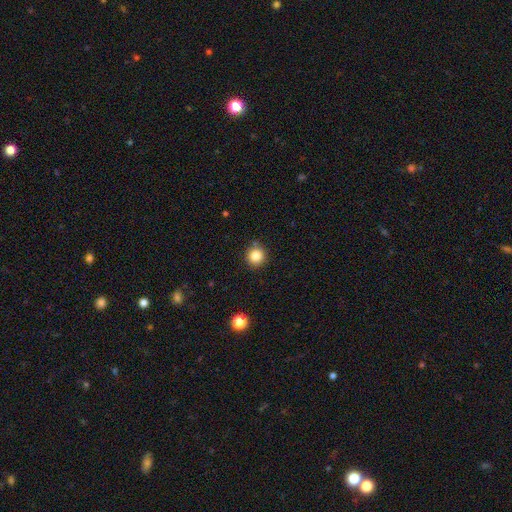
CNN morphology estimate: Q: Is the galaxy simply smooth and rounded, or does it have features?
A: smooth — 84%.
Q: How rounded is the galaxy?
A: round — 92%.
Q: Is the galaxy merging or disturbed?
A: none — 85%.